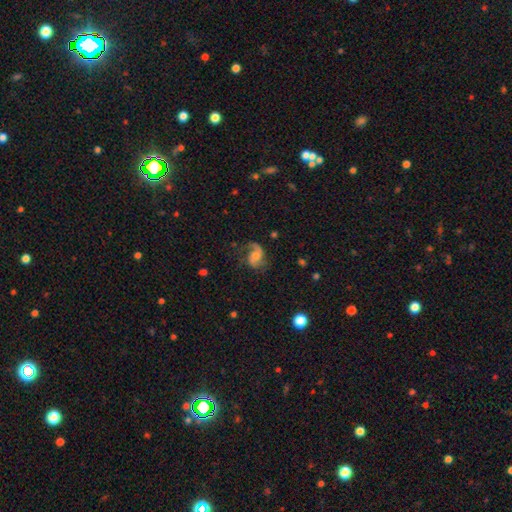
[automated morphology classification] Overall: featured or disk (77%). Edge-on disk: no (97%). Bar: no (54%; weak 37%). Spiral arms: yes (95%). Spiral arm count: 2 (78%). Spiral winding: loose (50%; medium 39%). Bulge size: moderate (52%; small 32%). Merging: none (62%).